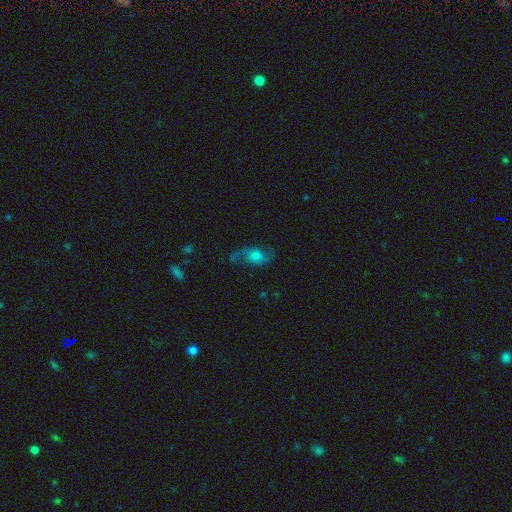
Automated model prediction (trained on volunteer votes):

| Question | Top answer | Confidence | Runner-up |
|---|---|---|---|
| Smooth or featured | featured or disk | 71% | smooth (19%) |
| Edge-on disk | no | 95% | yes (5%) |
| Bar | no | 66% | weak (28%) |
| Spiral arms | yes | 92% | no (8%) |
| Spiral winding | loose | 69% | medium (25%) |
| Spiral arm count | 2 | 87% | 1 (7%) |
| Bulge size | moderate | 48% | small (31%) |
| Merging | none | 65% | minor disturbance (18%) |